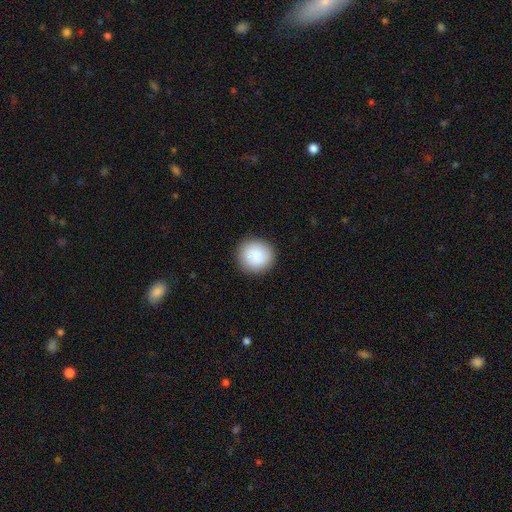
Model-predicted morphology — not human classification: Q: Smooth or featured?
A: smooth (85%); runner-up: featured or disk (8%)
Q: How rounded?
A: round (92%); runner-up: in between (7%)
Q: Merging?
A: none (89%); runner-up: minor disturbance (7%)